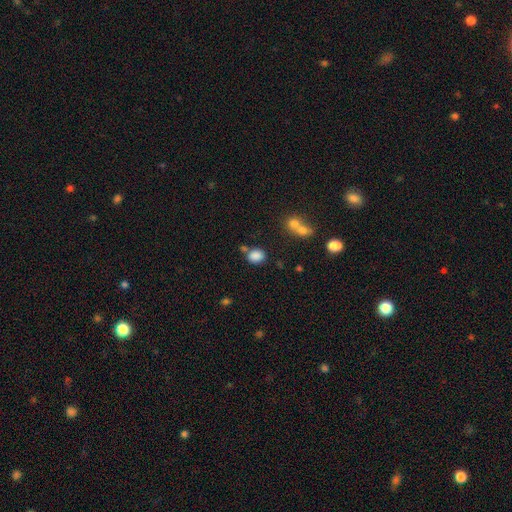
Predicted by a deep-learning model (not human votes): Smooth or featured? Predicted: smooth (p=0.85). How rounded? Predicted: round (p=0.50). Merging? Predicted: none (p=0.66).